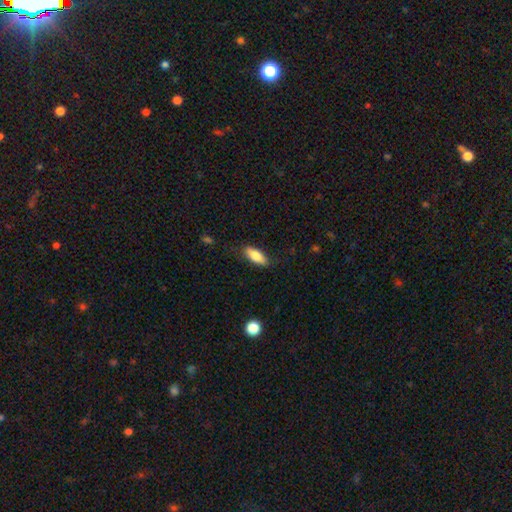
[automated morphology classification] Smooth or featured: smooth — 82% (featured or disk — 12%)
How rounded: in between — 74% (cigar-shaped — 24%)
Merging: none — 82% (minor disturbance — 14%)